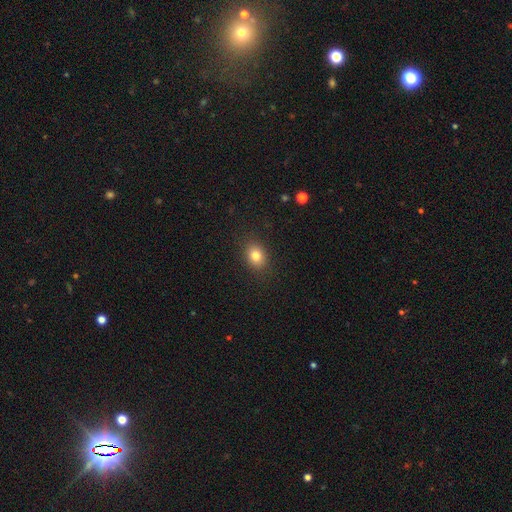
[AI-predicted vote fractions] Smooth or featured?
  - smooth: 81% *
  - star or artifact: 11%
  - featured or disk: 8%
How rounded?
  - in between: 57% *
  - round: 42%
  - cigar-shaped: 1%
Merging?
  - none: 87% *
  - minor disturbance: 9%
  - major disturbance: 3%
  - merger: 1%